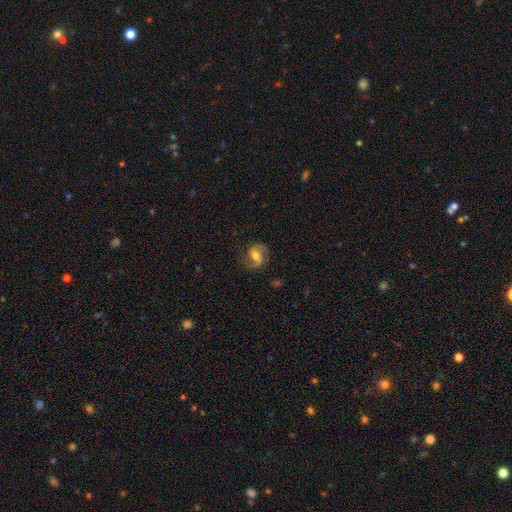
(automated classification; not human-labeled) A featured or disk galaxy (76%) with a weak bar (43%, tied with no), 2 (90%) medium (51%) spiral arms (94%) and a moderate central bulge (66%).

Vote fractions:
- Smooth or featured? featured or disk: 76% / smooth: 17% / star or artifact: 7%
- Edge-on disk? no: 98% / yes: 2%
- Bar? weak: 43% (tied) / no: 43% (tied) / strong: 15%
- Spiral arms? yes: 94% / no: 6%
- Spiral winding? medium: 51% / loose: 31% / tight: 18%
- Spiral arm count? 2: 90% / 1: 3% / can't tell: 3% / 3: 1% / 4: 1% / more than 4: 1%
- Bulge size? moderate: 66% / small: 19% / large: 11% / none: 2% / dominant: 1%
- Merging? none: 78% / minor disturbance: 14% / major disturbance: 6% / merger: 1%